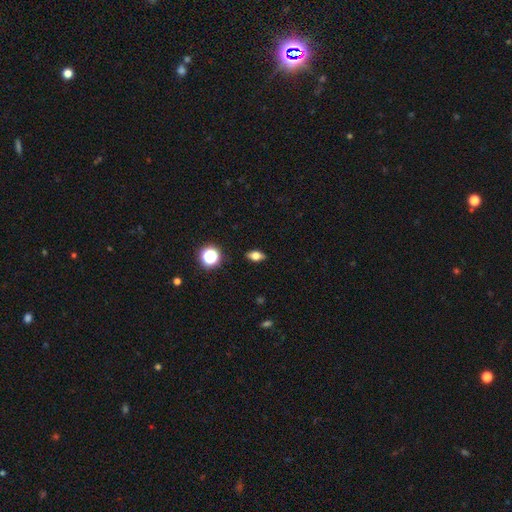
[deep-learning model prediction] Q: Smooth or featured?
A: smooth (70%); runner-up: featured or disk (18%)
Q: How rounded?
A: in between (79%); runner-up: round (13%)
Q: Merging?
A: none (88%); runner-up: minor disturbance (9%)